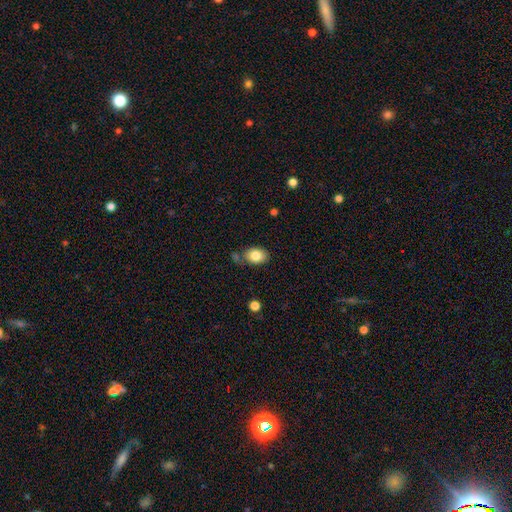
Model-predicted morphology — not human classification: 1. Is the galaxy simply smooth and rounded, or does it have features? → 82% smooth, 10% featured or disk, 8% star or artifact.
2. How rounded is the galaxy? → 78% in between, 21% round, 1% cigar-shaped.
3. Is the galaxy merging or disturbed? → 69% none, 17% minor disturbance, 9% merger, 5% major disturbance.